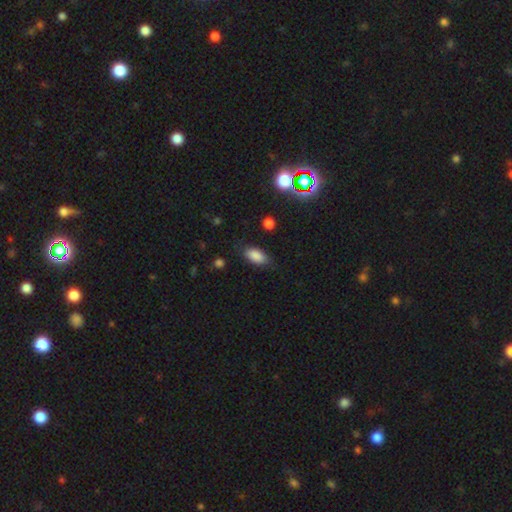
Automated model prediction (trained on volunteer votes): A smooth galaxy with no disk features (85%) that is in between round and cigar-shaped (90%). Merging: none (79%).